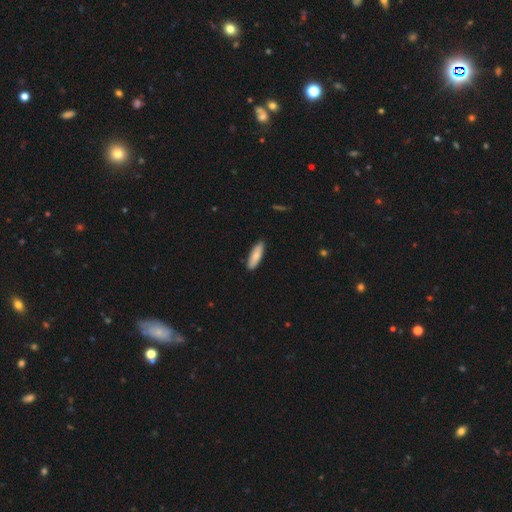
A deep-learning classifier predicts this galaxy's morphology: This is clearly a smooth galaxy (80%). How rounded: possibly cigar-shaped (53%). Merging: clearly none (87%).